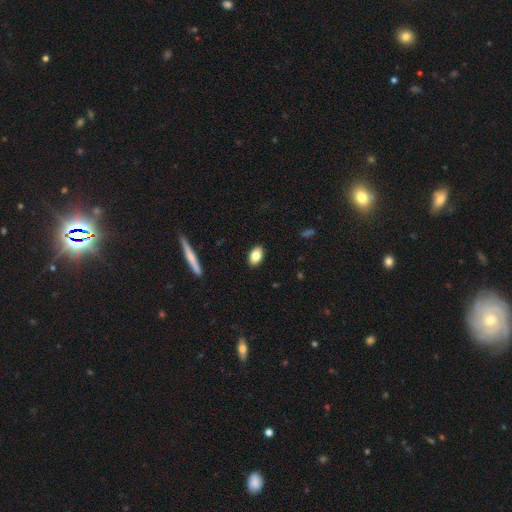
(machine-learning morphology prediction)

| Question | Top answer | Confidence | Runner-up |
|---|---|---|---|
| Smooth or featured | smooth | 80% | featured or disk (13%) |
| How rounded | in between | 90% | round (7%) |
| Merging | none | 89% | minor disturbance (8%) |